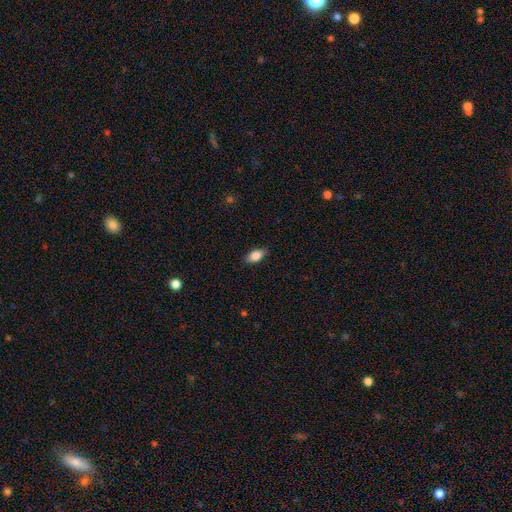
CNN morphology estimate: type=smooth (86%); roundness=in between (89%); merging=none (86%).